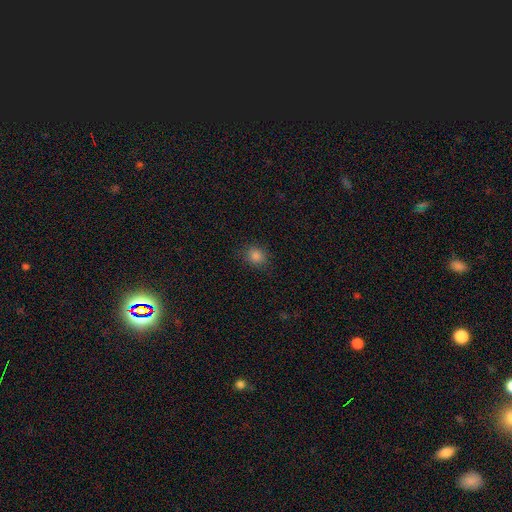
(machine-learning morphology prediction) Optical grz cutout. It shows a smooth galaxy with no disk features (83%) that is round (56%). Merging: none (84%).